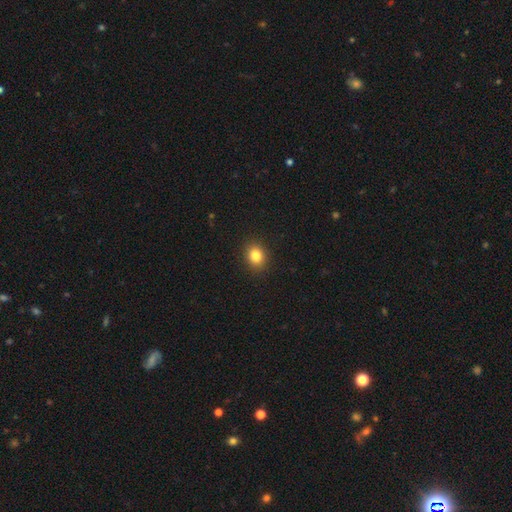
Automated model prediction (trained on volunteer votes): Smooth or featured: smooth — 84% (star or artifact — 11%)
How rounded: round — 59% (in between — 40%)
Merging: none — 91% (minor disturbance — 6%)